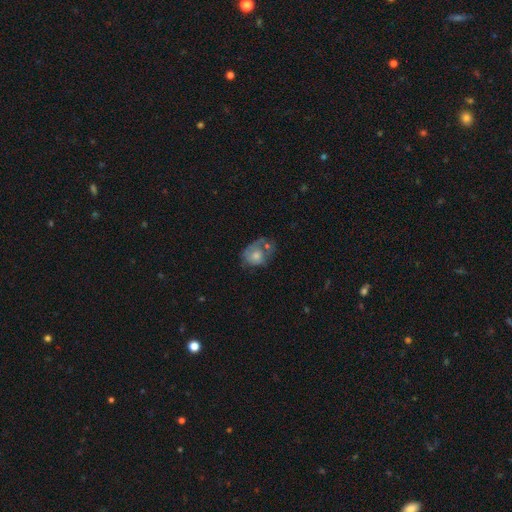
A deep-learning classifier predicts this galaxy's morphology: Smooth or featured? smooth (53%)
How rounded? in between (54%)
Merging? none (29%)